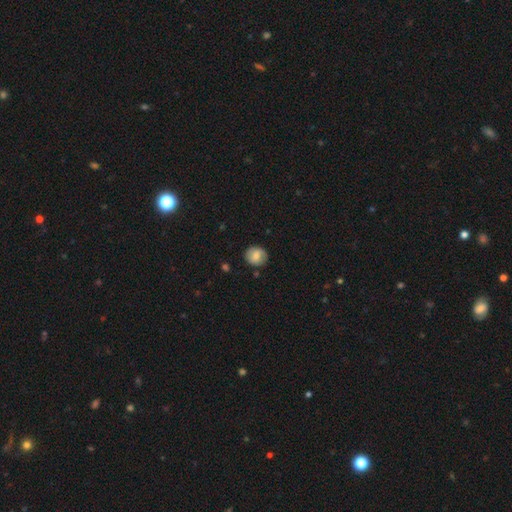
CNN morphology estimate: Smooth or featured? Predicted: smooth (p=0.74). How rounded? Predicted: round (p=0.81). Merging? Predicted: none (p=0.83).